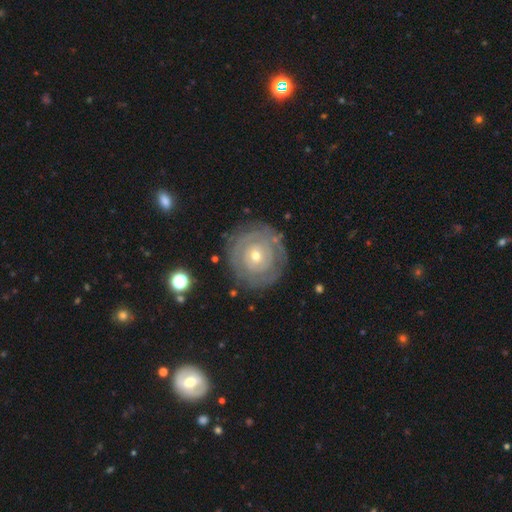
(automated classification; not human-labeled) Smooth or featured? Predicted: featured or disk (p=0.69). Edge-on disk? Predicted: no (p=0.97). Bar? Predicted: no (p=0.86). Spiral arms? Predicted: yes (p=0.63). Bulge size? Predicted: small (p=0.58). Merging? Predicted: none (p=0.81).